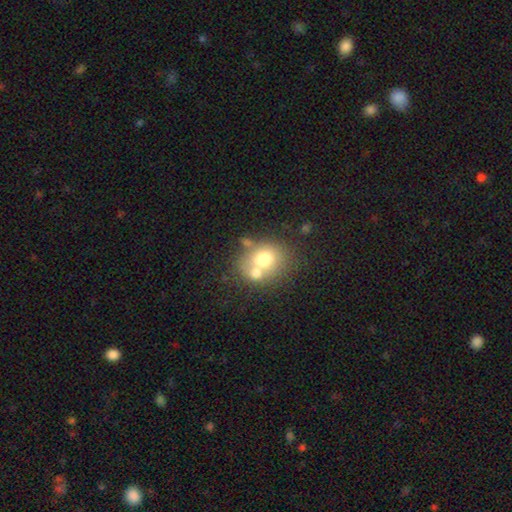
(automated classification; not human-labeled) This appears to be a smooth galaxy with no disk features (62%) that is round (71%). Merging: merger (44%, tied with none).